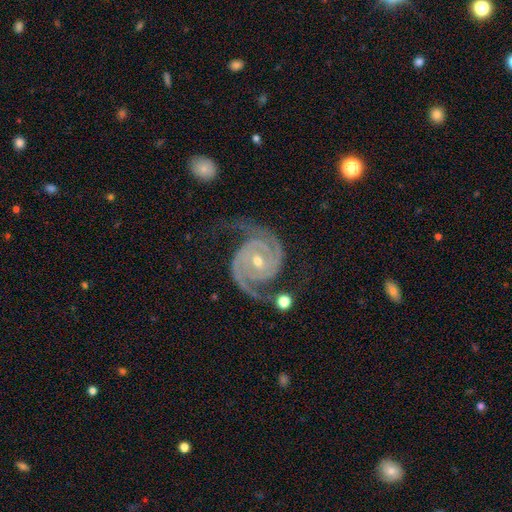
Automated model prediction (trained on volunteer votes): Overall: featured or disk (93%). Edge-on disk: no (98%). Bar: no (68%). Spiral arms: yes (99%). Spiral arm count: 2 (89%). Spiral winding: tight (55%; medium 38%). Bulge size: small (59%; moderate 39%). Merging: none (71%).